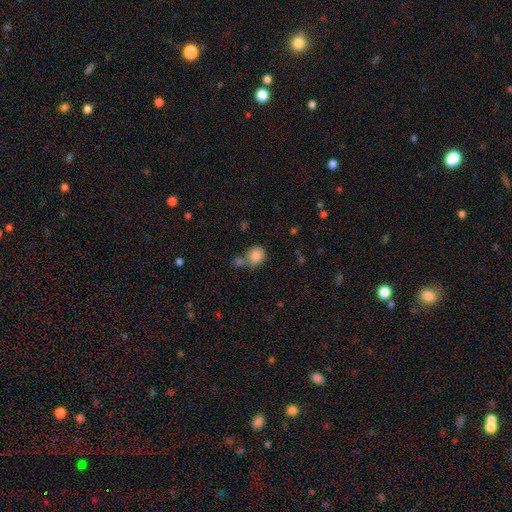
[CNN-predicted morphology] Smooth or featured? smooth (85%)
How rounded? round (66%)
Merging? none (48%)